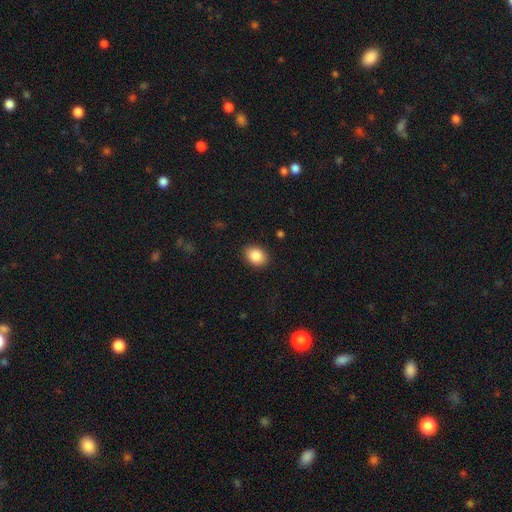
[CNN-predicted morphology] smooth_or_featured: smooth (p=0.87) [alt: star or artifact p=0.08]
how_rounded: in between (p=0.58) [alt: round p=0.41]
merging: none (p=0.89) [alt: minor disturbance p=0.08]